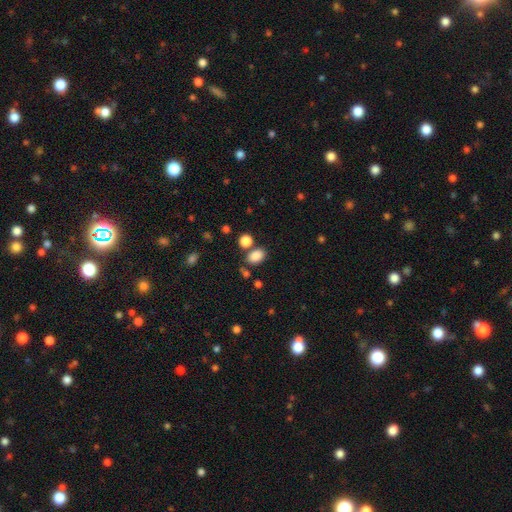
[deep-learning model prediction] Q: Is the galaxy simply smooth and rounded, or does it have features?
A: smooth — 85%.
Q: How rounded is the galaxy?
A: in between — 77%.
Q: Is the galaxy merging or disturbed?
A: none — 68%.